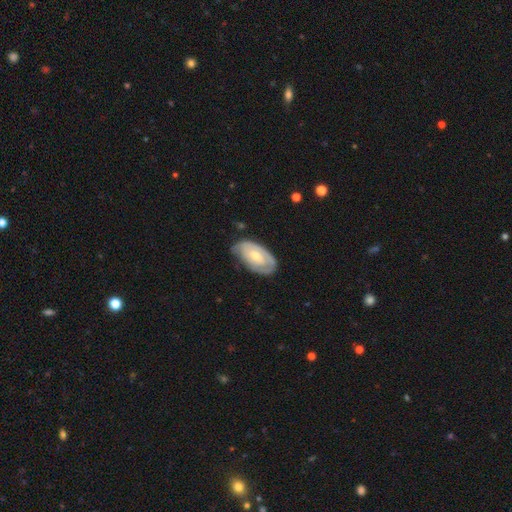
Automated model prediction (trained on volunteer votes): Smooth or featured?
  - featured or disk: 56% *
  - smooth: 39%
  - star or artifact: 5%
Edge-on disk?
  - no: 92% *
  - yes: 8%
Bar?
  - no: 72% *
  - weak: 23%
  - strong: 5%
Spiral arms?
  - yes: 57% *
  - no: 43%
Bulge size?
  - small: 49% *
  - moderate: 46%
  - large: 3%
  - none: 1%
  - dominant: 1%
Merging?
  - none: 62% *
  - minor disturbance: 29%
  - major disturbance: 8%
  - merger: 2%